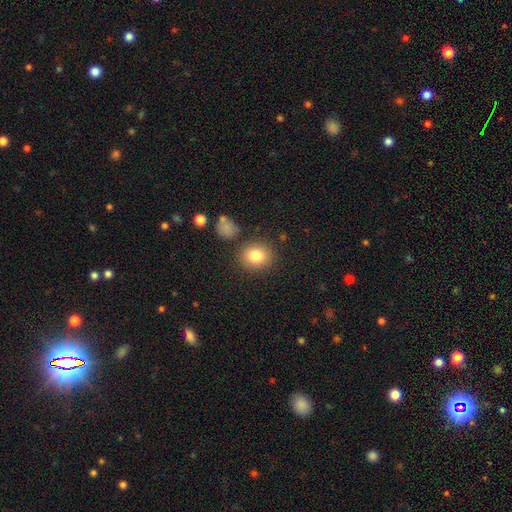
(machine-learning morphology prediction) A smooth galaxy with no disk features (84%) that is round (66%). Merging: none (81%).